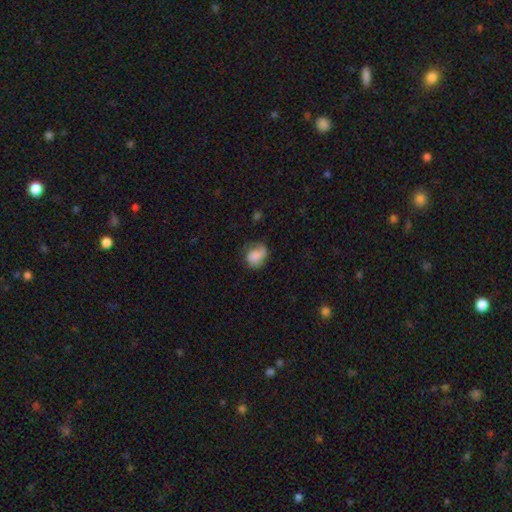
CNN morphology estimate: Overall: smooth (68%). How rounded: in between (50%; round 49%). Merging: none (47%; minor disturbance 32%).